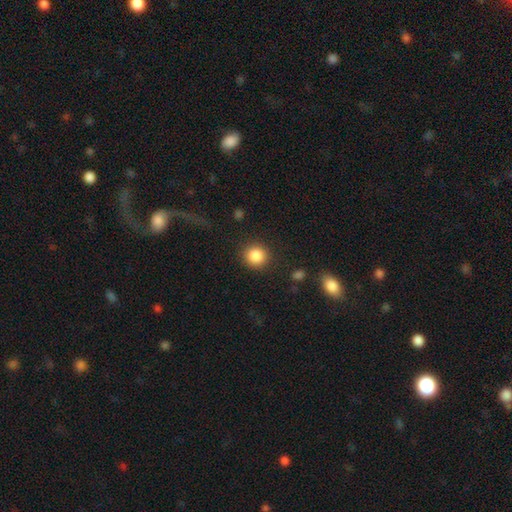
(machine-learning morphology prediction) Smooth or featured? Predicted: smooth (p=0.86). How rounded? Predicted: round (p=0.91). Merging? Predicted: none (p=0.88).